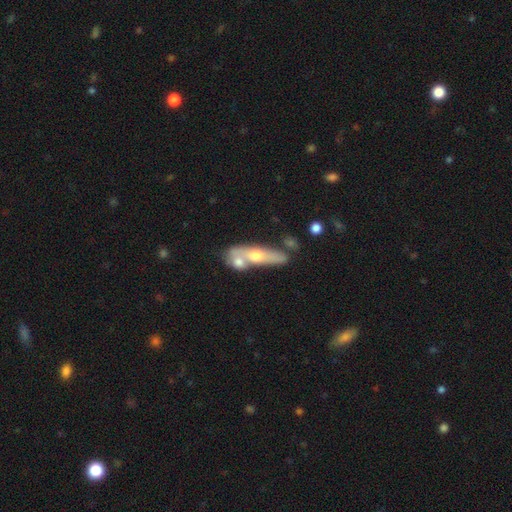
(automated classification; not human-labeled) Morphology: type=featured or disk (54%); edge-on=yes (57%); merging=merger (41%).